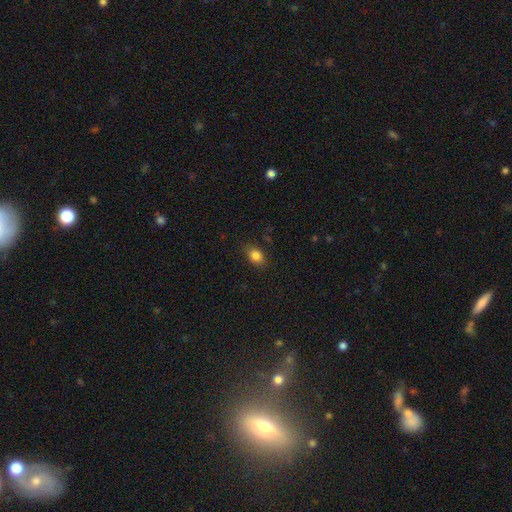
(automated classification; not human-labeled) Smooth or featured?
  - smooth: 83% *
  - star or artifact: 10%
  - featured or disk: 6%
How rounded?
  - in between: 71% *
  - round: 27%
  - cigar-shaped: 2%
Merging?
  - none: 81% *
  - minor disturbance: 14%
  - major disturbance: 4%
  - merger: 1%